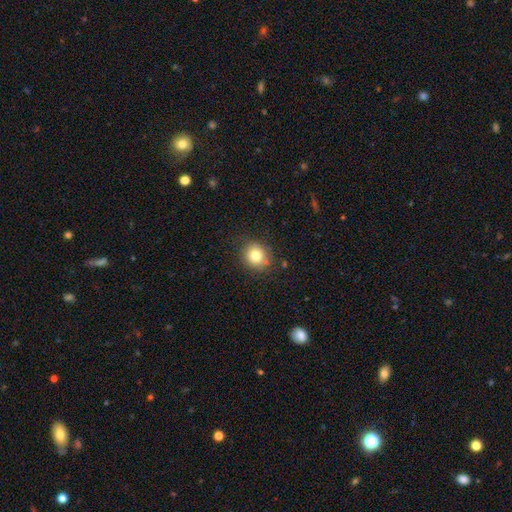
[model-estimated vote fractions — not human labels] A smooth galaxy with no disk features (79%) that is round (82%). Merging: none (84%).